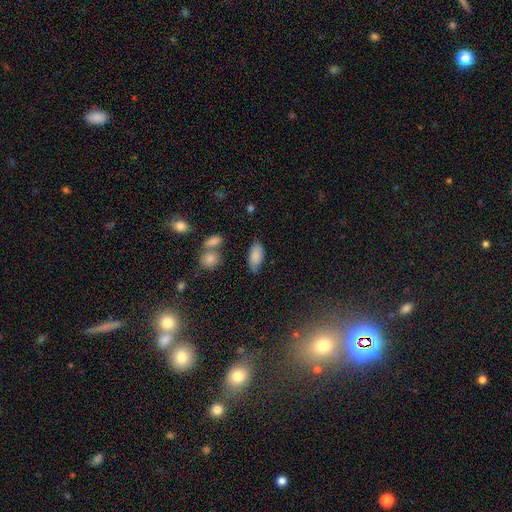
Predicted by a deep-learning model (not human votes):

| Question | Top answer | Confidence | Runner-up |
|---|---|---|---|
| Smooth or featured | smooth | 85% | star or artifact (8%) |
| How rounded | in between | 91% | cigar-shaped (7%) |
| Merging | none | 73% | minor disturbance (17%) |